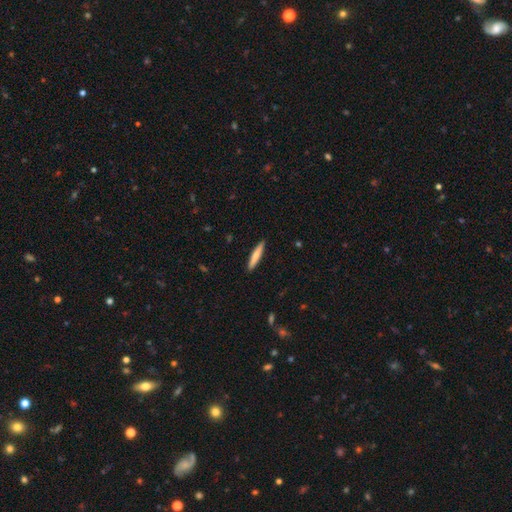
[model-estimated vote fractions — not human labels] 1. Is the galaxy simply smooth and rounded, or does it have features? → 72% smooth, 22% featured or disk, 5% star or artifact.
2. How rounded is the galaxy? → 92% cigar-shaped, 7% in between, 1% round.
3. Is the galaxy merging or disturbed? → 91% none, 7% minor disturbance, 1% major disturbance, 1% merger.